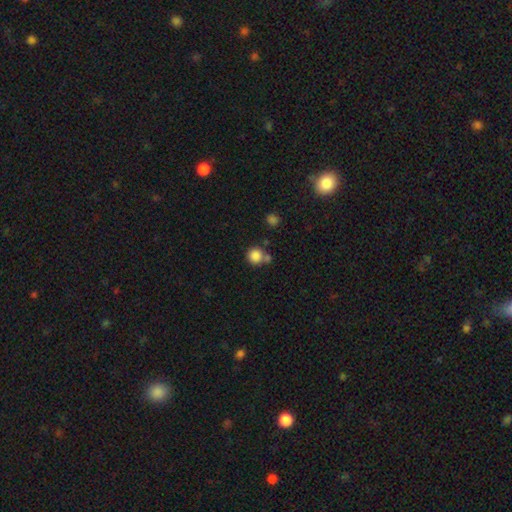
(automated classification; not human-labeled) Overall: smooth (84%). How rounded: round (92%). Merging: none (62%; merger 23%).